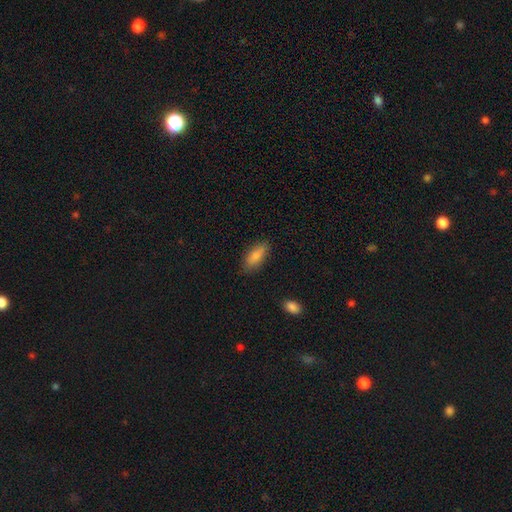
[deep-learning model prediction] This appears to be a smooth galaxy with no disk features (79%) that is in between round and cigar-shaped (78%). Merging: none (84%).